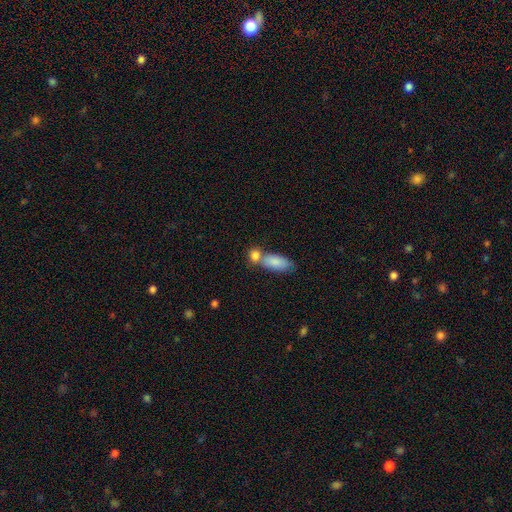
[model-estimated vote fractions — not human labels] Smooth or featured?
  - smooth: 68% *
  - featured or disk: 17%
  - star or artifact: 15%
How rounded?
  - in between: 72% *
  - cigar-shaped: 20%
  - round: 8%
Merging?
  - none: 53% *
  - merger: 31%
  - minor disturbance: 11%
  - major disturbance: 5%